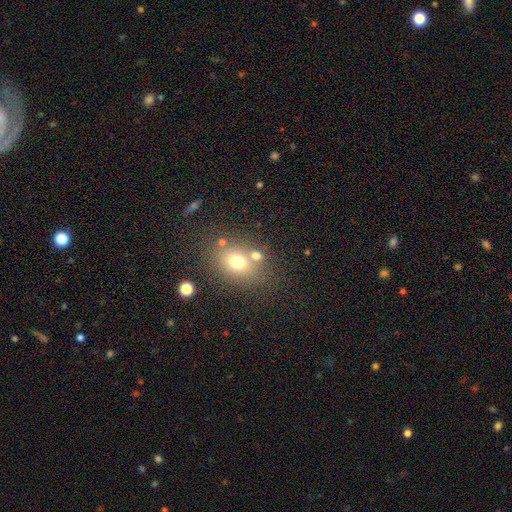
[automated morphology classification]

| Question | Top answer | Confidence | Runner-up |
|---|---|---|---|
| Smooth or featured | smooth | 70% | star or artifact (15%) |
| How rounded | in between | 53% | round (46%) |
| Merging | none | 61% | merger (21%) |